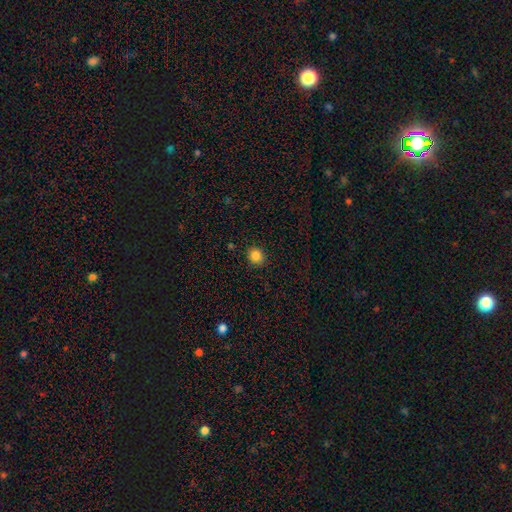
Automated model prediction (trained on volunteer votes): Smooth or featured? smooth (85%)
How rounded? round (80%)
Merging? none (89%)